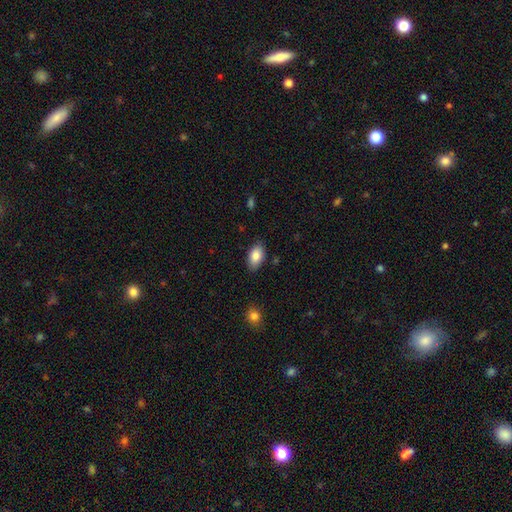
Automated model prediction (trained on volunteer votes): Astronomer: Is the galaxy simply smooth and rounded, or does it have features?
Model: smooth — 85%.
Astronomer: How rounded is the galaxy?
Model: in between — 93%.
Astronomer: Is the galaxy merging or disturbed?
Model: none — 84%.